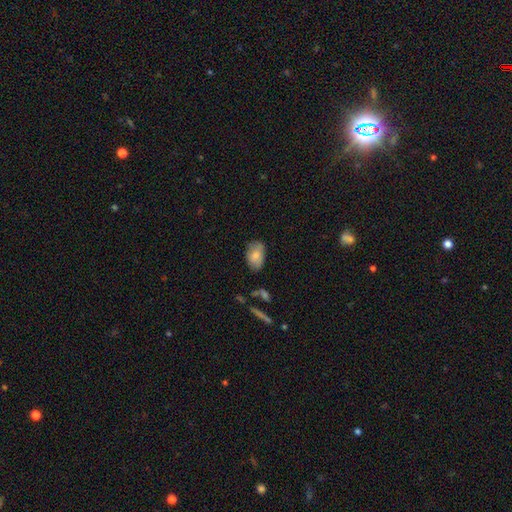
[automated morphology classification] Smooth or featured?
  - smooth: 77% *
  - featured or disk: 16%
  - star or artifact: 7%
How rounded?
  - in between: 90% *
  - round: 9%
  - cigar-shaped: 1%
Merging?
  - none: 65% *
  - minor disturbance: 26%
  - major disturbance: 6%
  - merger: 3%